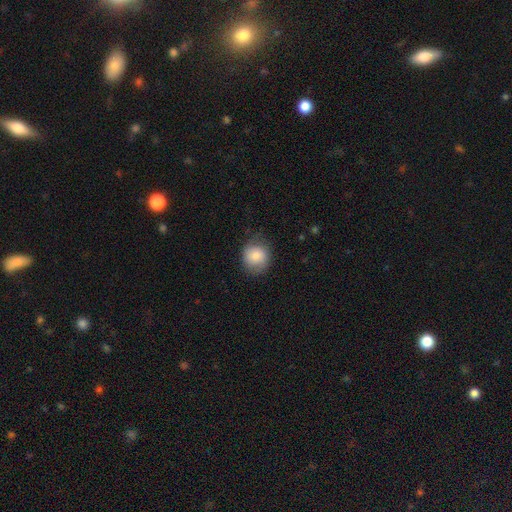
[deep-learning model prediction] The model was most divided on "merging": none: 74%, minor disturbance: 19%, major disturbance: 5%, merger: 1%. More confident: smooth or featured — smooth (81%); how rounded — round (79%).